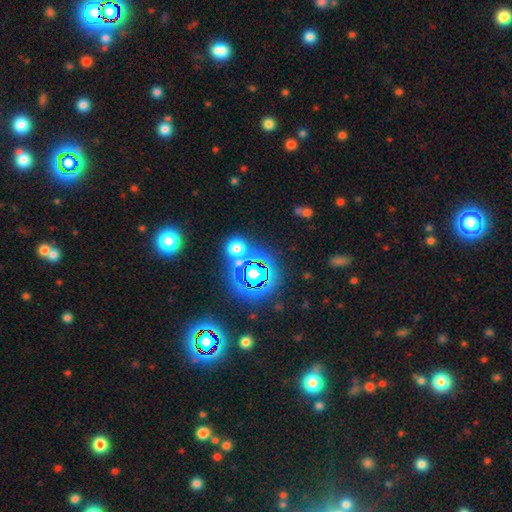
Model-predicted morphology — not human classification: This is likely a star or artifact rather than a galaxy (72%).